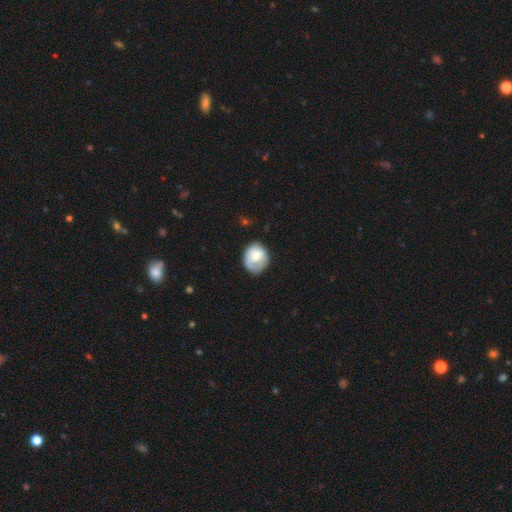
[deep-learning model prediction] smooth-or-featured: smooth: 59% | featured or disk: 34% | star or artifact: 7%
  how-rounded: round: 59% | in between: 40% | cigar-shaped: 1%
  merging: none: 56% | minor disturbance: 31% | major disturbance: 12% | merger: 2%